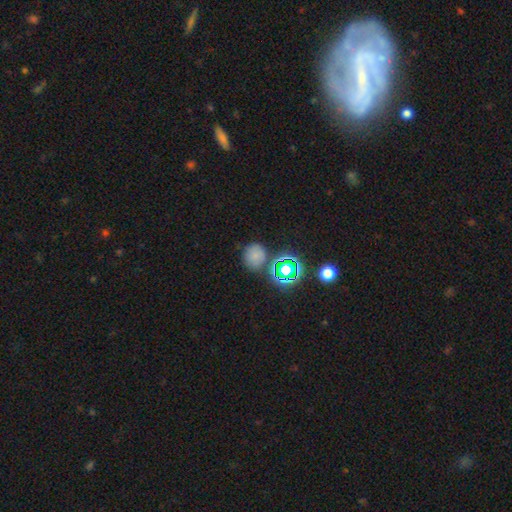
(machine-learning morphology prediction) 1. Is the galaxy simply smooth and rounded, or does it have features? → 67% smooth, 24% star or artifact, 9% featured or disk.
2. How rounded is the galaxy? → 81% round, 17% in between, 1% cigar-shaped.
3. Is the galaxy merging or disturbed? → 77% none, 12% minor disturbance, 6% merger, 4% major disturbance.